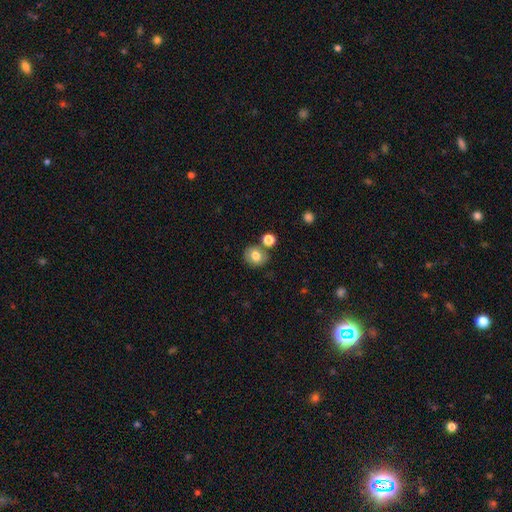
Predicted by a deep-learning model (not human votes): smooth 78%, featured or disk 12%, star or artifact 10%. Down the decision tree: how rounded — round (78%); merging — none (70%).